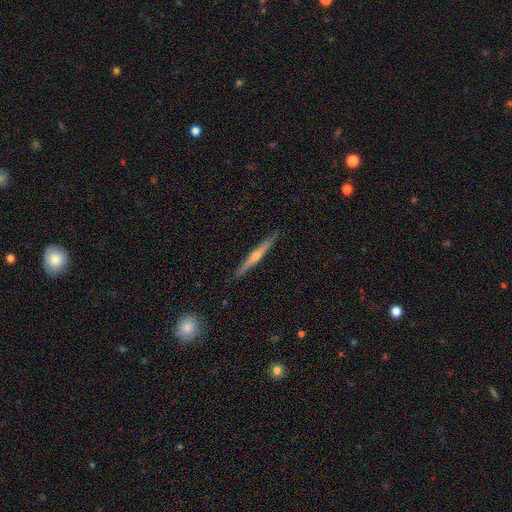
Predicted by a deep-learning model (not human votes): Morphology: type=featured or disk (71%); edge-on=yes (98%); edge-on bulge=rounded (77%); merging=none (91%).